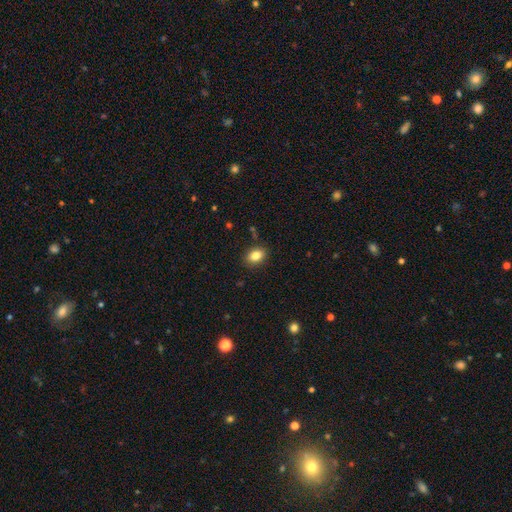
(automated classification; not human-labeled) Q: Smooth or featured?
A: smooth (84%); runner-up: star or artifact (9%)
Q: How rounded?
A: in between (74%); runner-up: round (25%)
Q: Merging?
A: none (87%); runner-up: minor disturbance (9%)